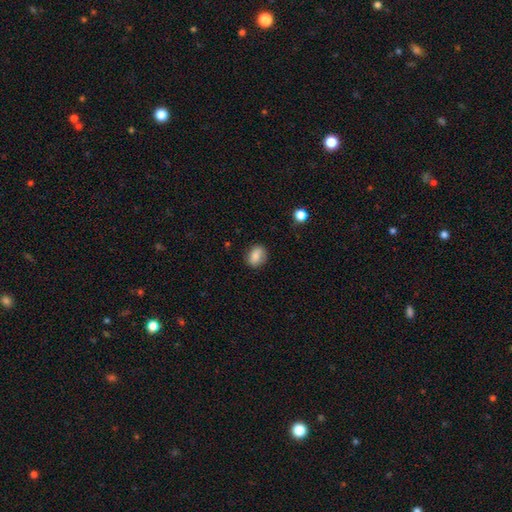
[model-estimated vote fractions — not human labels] This appears to be a smooth galaxy with no disk features (83%) that is in between round and cigar-shaped (60%). Merging: none (80%).